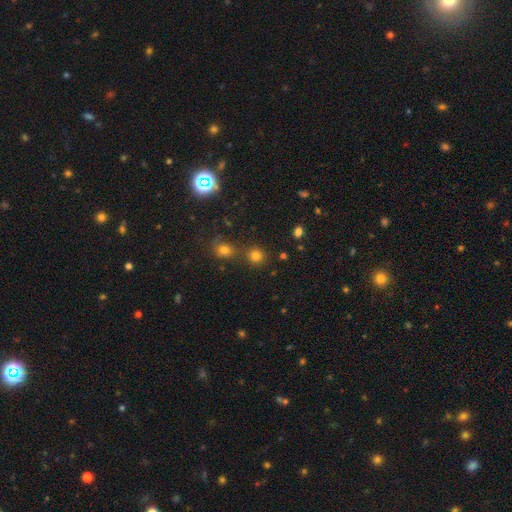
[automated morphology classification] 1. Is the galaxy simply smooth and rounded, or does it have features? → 76% smooth, 18% star or artifact, 6% featured or disk.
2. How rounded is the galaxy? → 89% round, 10% in between, 1% cigar-shaped.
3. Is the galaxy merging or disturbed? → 72% none, 17% merger, 8% minor disturbance, 3% major disturbance.